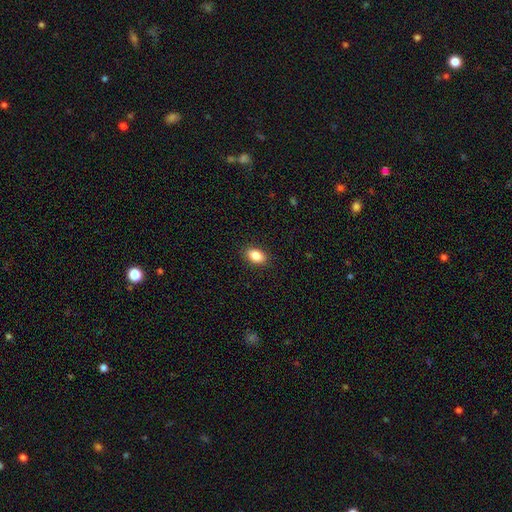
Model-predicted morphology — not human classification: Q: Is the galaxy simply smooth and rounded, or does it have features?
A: smooth — 87%.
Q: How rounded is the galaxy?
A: in between — 88%.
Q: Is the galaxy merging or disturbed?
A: none — 90%.